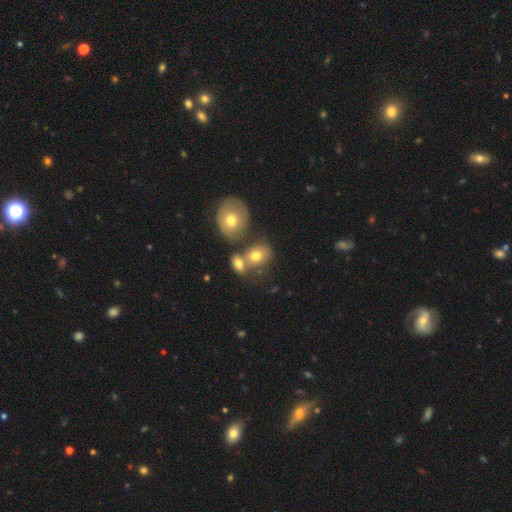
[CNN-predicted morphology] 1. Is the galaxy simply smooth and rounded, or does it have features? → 69% smooth, 21% featured or disk, 10% star or artifact.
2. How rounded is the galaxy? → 56% in between, 43% round, 1% cigar-shaped.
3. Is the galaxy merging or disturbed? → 45% merger, 37% none, 13% minor disturbance, 6% major disturbance.